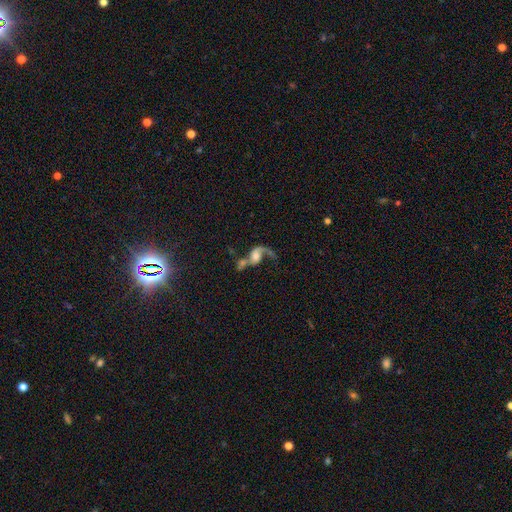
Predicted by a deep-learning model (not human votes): A featured or disk galaxy (63%) with no bar (69%), spiral arms (82%) and a moderate central bulge (38%).

Vote fractions:
- Smooth or featured? featured or disk: 63% / smooth: 27% / star or artifact: 10%
- Edge-on disk? no: 96% / yes: 4%
- Bar? no: 69% / weak: 25% / strong: 7%
- Spiral arms? yes: 82% / no: 18%
- Bulge size? moderate: 38% / large: 25% / small: 20% / none: 12% / dominant: 5%
- Merging? merger: 49% / major disturbance: 26% / none: 17% / minor disturbance: 8%